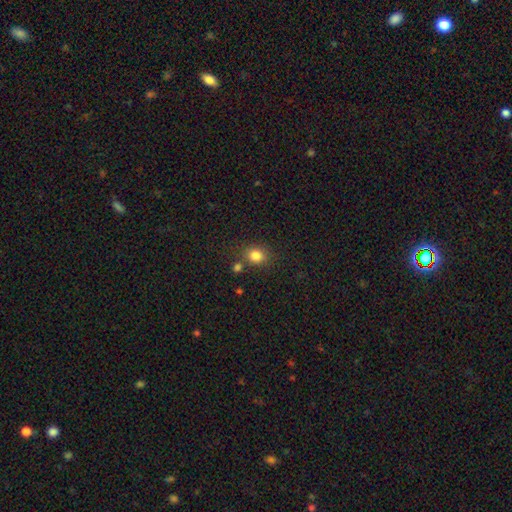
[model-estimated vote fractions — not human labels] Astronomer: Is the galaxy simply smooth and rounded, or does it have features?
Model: smooth — 83%.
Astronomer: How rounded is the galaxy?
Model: round — 71%.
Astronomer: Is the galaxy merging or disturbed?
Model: none — 72%.